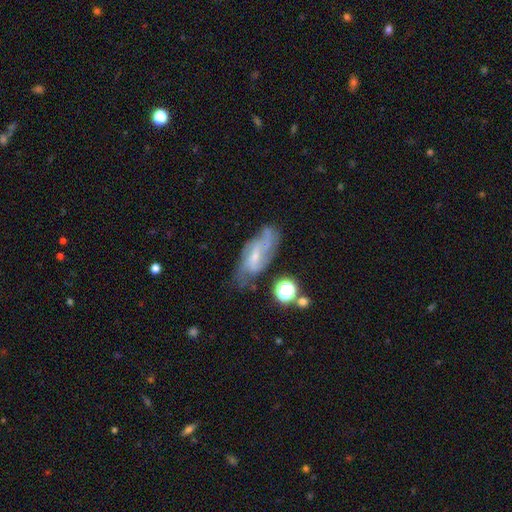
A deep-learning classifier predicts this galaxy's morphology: smooth-or-featured: featured or disk: 70% | smooth: 21% | star or artifact: 9%
  disk-edge-on: no: 88% | yes: 12%
    bar: weak: 47% | no: 37% | strong: 16%
    has-spiral-arms: yes: 87% | no: 13%
      spiral-winding: medium: 44% | tight: 32% | loose: 24%
      spiral-arm-count: 2: 37% | can't tell: 34% | 3: 16% | 4: 6% | 1: 4% | more than 4: 3%
    bulge-size: small: 63% | moderate: 26% | none: 8% | large: 2% | dominant: 1%
  merging: none: 61% | minor disturbance: 24% | major disturbance: 11% | merger: 4%